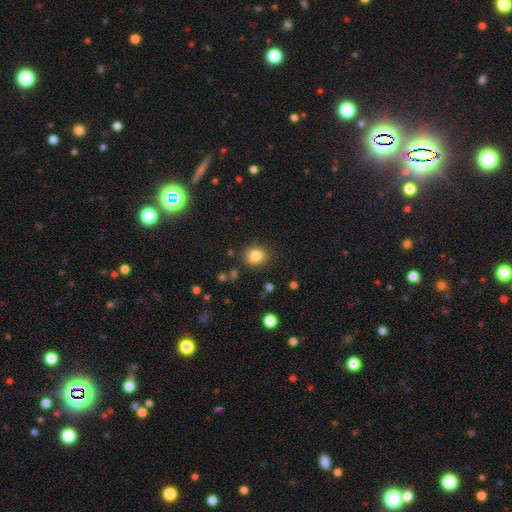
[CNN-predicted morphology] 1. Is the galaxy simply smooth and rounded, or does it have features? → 82% smooth, 11% star or artifact, 7% featured or disk.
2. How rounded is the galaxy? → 73% round, 27% in between, 1% cigar-shaped.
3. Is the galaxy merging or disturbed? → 86% none, 9% minor disturbance, 3% major disturbance, 2% merger.